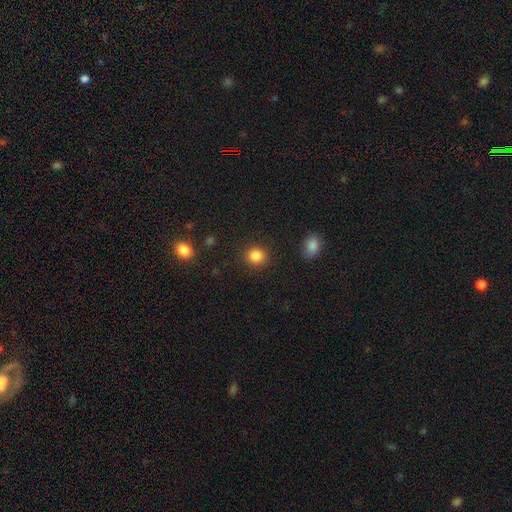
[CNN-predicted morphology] smooth_or_featured: smooth (p=0.86) [alt: star or artifact p=0.10]
how_rounded: round (p=0.86) [alt: in between p=0.13]
merging: none (p=0.89) [alt: minor disturbance p=0.06]